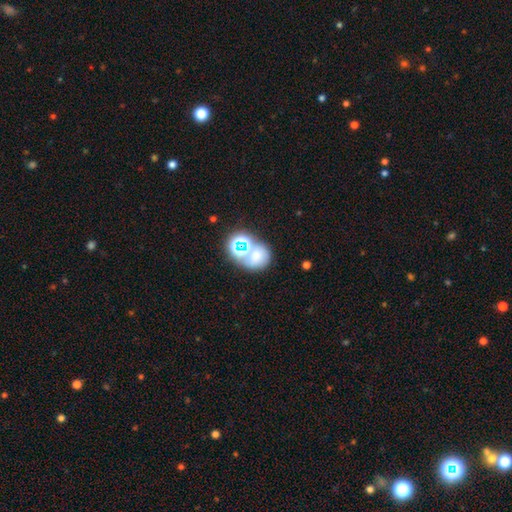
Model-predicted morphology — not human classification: Smooth or featured? smooth (59%)
How rounded? round (68%)
Merging? none (45%)